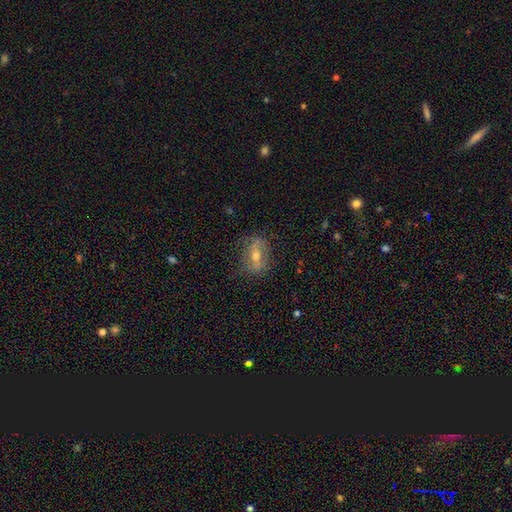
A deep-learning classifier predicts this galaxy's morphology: This appears to be a featured or disk galaxy (65%). Merging: none (75%).